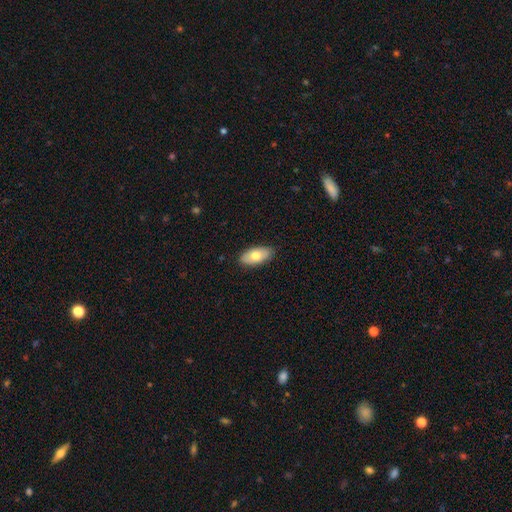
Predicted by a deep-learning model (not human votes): Q: Smooth or featured?
A: smooth (70%); runner-up: featured or disk (24%)
Q: How rounded?
A: in between (92%); runner-up: cigar-shaped (5%)
Q: Merging?
A: none (88%); runner-up: minor disturbance (9%)